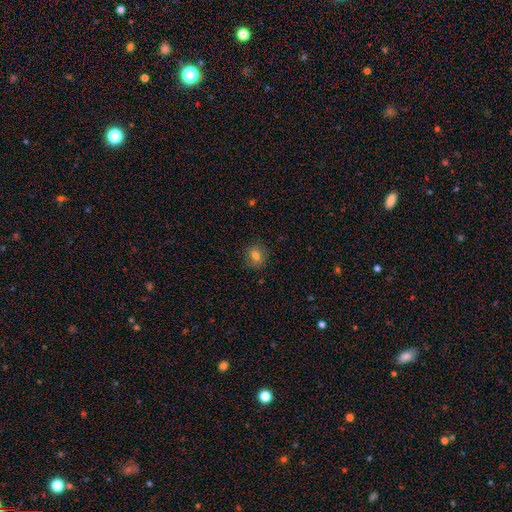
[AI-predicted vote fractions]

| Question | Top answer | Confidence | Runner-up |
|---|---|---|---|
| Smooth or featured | smooth | 77% | featured or disk (11%) |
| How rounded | round | 70% | in between (29%) |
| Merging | none | 86% | minor disturbance (11%) |